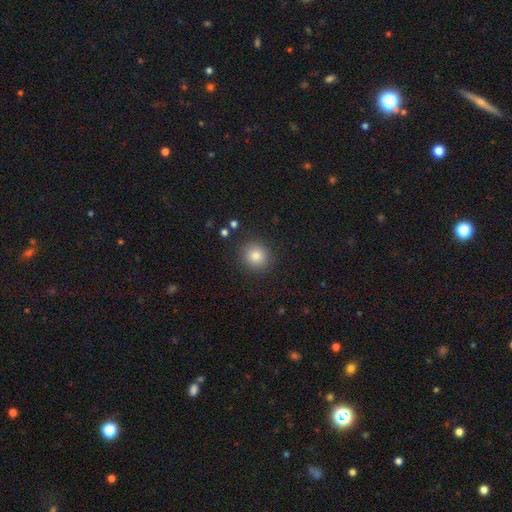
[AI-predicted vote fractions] smooth-or-featured: smooth: 83% | star or artifact: 11% | featured or disk: 6%
  how-rounded: round: 88% | in between: 11% | cigar-shaped: 1%
  merging: none: 89% | minor disturbance: 7% | major disturbance: 2% | merger: 2%